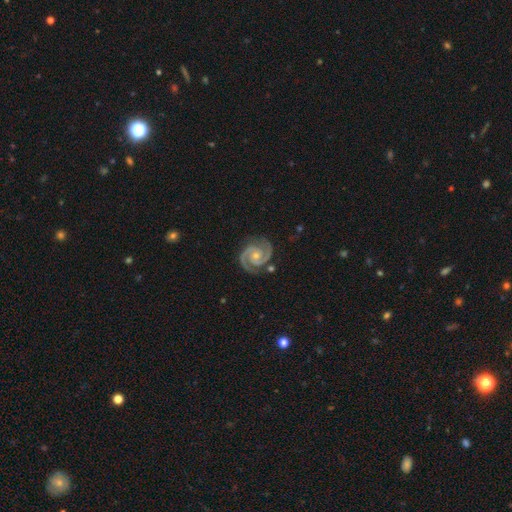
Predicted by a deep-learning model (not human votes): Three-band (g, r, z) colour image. It shows a featured or disk galaxy (94%) with no bar (70%), 2 (93%) tight (55%) spiral arms (99%) and a small central bulge (62%). Merging: none (81%).